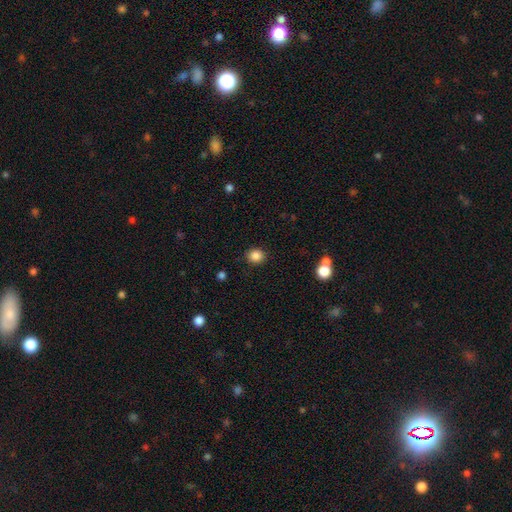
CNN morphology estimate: Smooth or featured? smooth (86%)
How rounded? round (81%)
Merging? none (89%)